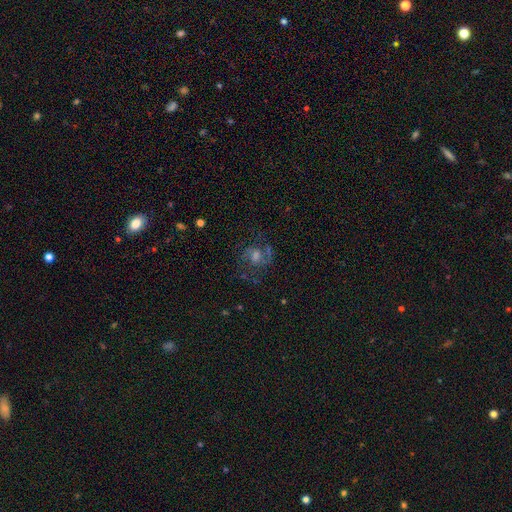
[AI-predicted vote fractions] smooth-or-featured: featured or disk: 75% | star or artifact: 14% | smooth: 11%
  disk-edge-on: no: 98% | yes: 2%
    bar: weak: 47% | no: 42% | strong: 11%
    has-spiral-arms: yes: 94% | no: 6%
      spiral-winding: medium: 58% | loose: 23% | tight: 19%
      spiral-arm-count: 2: 86% | can't tell: 6% | 1: 3% | 3: 3% | 4: 1% | more than 4: 1%
    bulge-size: moderate: 48% | small: 30% | large: 11% | none: 9% | dominant: 2%
  merging: none: 72% | minor disturbance: 14% | major disturbance: 11% | merger: 2%